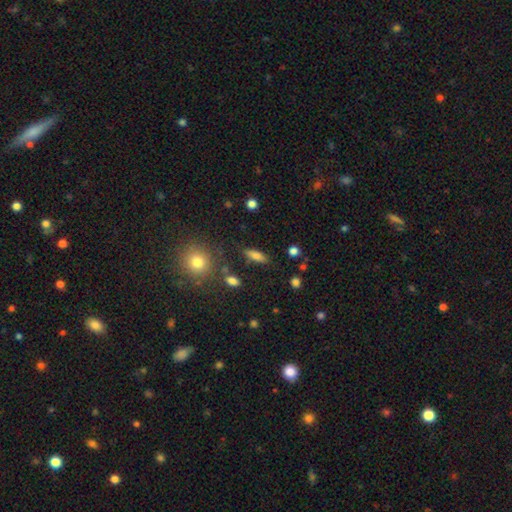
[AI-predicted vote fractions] Smooth or featured? smooth (75%)
How rounded? in between (58%)
Merging? none (79%)